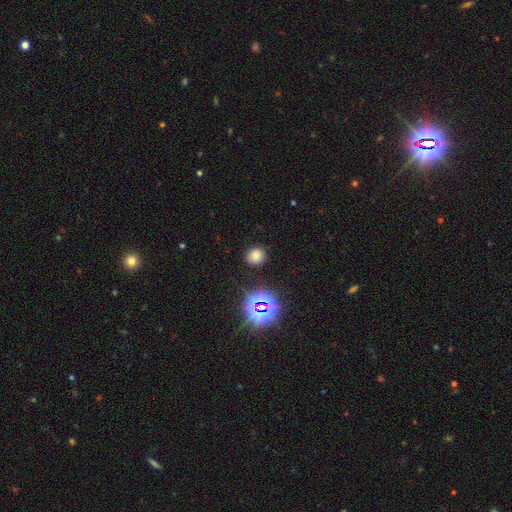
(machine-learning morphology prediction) smooth 70%, star or artifact 23%, featured or disk 7%. Down the decision tree: how rounded — round (82%); merging — none (88%).